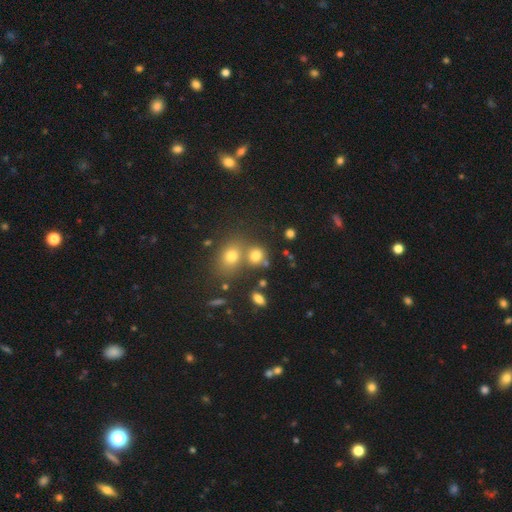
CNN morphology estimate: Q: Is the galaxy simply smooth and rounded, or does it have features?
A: smooth — 75%.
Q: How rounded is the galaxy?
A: round — 68%.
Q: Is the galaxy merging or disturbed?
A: none — 51%.